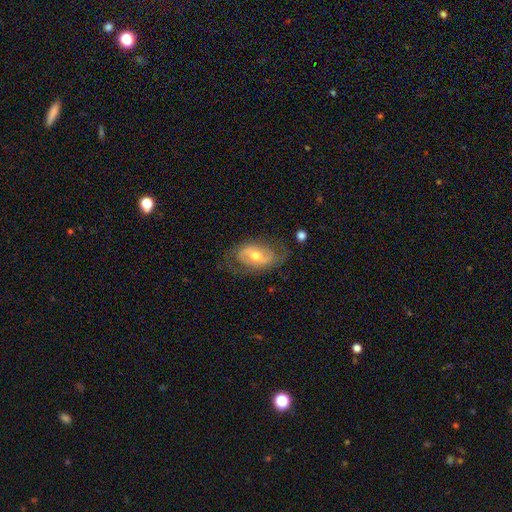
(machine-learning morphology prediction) smooth-or-featured: featured or disk: 69% | smooth: 25% | star or artifact: 7%
  disk-edge-on: no: 94% | yes: 6%
    bar: weak: 39% | no: 35% | strong: 26%
    has-spiral-arms: yes: 68% | no: 32%
    bulge-size: moderate: 69% | small: 25% | large: 4% | none: 1% | dominant: 1%
  merging: none: 65% | minor disturbance: 21% | major disturbance: 13% | merger: 1%